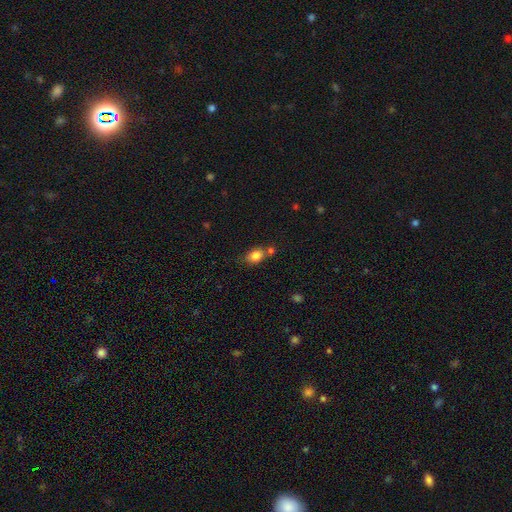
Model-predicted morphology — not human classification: A smooth galaxy with no disk features (83%) that is in between round and cigar-shaped (71%). Merging: none (58%).